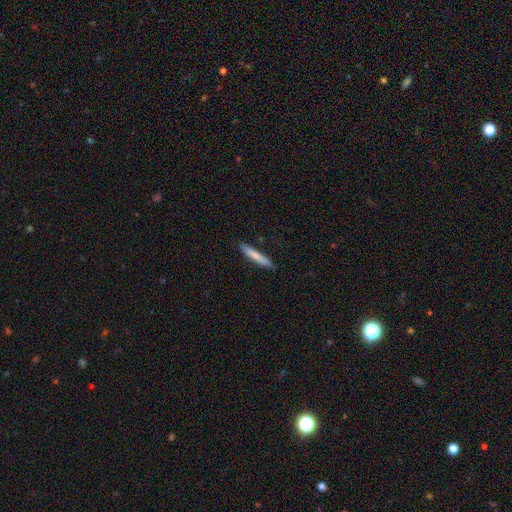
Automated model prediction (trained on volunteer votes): Smooth or featured: smooth — 74% (featured or disk — 20%)
How rounded: cigar-shaped — 94% (in between — 5%)
Merging: none — 88% (minor disturbance — 9%)